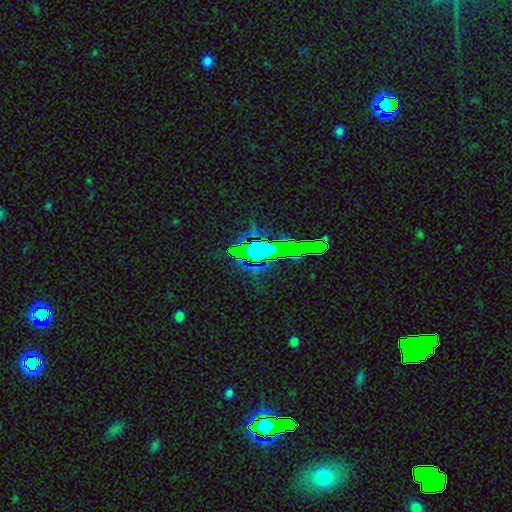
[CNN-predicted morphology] type=star or artifact (68%).